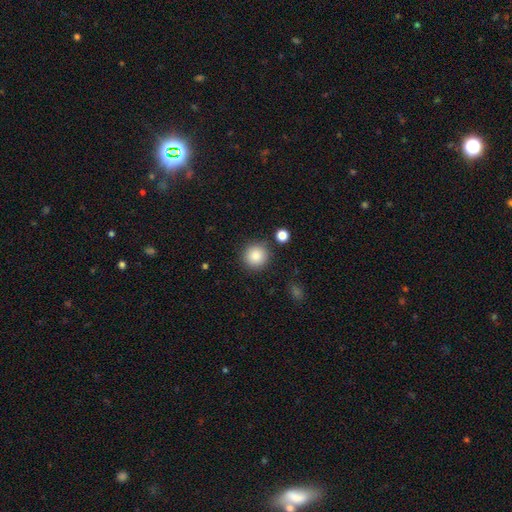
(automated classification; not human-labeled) smooth_or_featured: smooth (p=0.86) [alt: star or artifact p=0.09]
how_rounded: round (p=0.93) [alt: in between p=0.06]
merging: none (p=0.84) [alt: minor disturbance p=0.08]